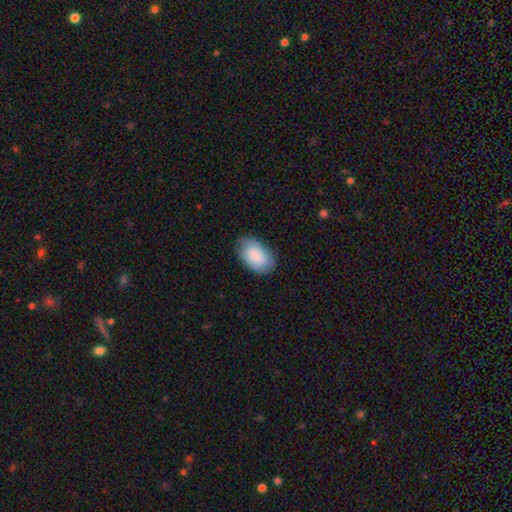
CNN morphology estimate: smooth-or-featured: smooth: 75% | featured or disk: 18% | star or artifact: 6%
  how-rounded: in between: 93% | round: 6% | cigar-shaped: 1%
  merging: none: 76% | minor disturbance: 19% | major disturbance: 4% | merger: 1%